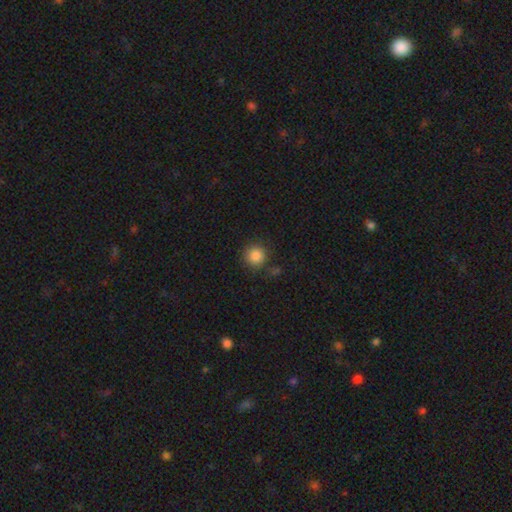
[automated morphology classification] Smooth or featured? smooth (86%)
How rounded? round (93%)
Merging? none (83%)